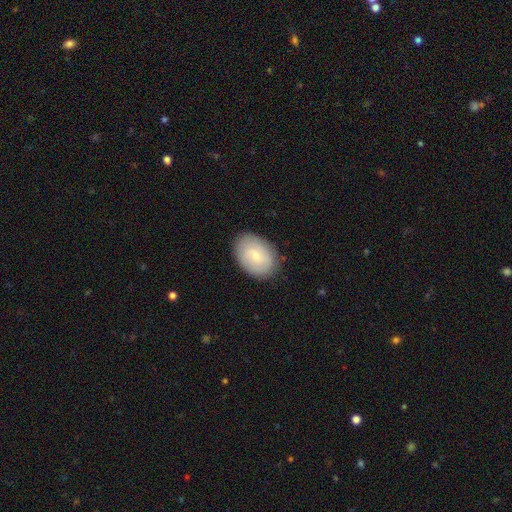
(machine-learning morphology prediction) Overall: smooth (67%). How rounded: in between (83%). Merging: none (85%).